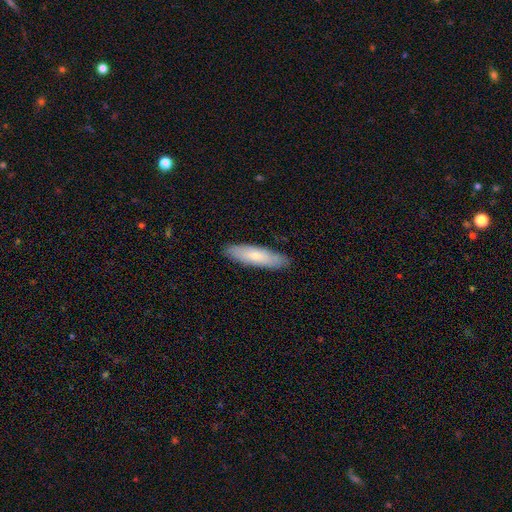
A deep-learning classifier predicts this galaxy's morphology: A smooth galaxy with no disk features (73%) that is cigar-shaped (65%).

Vote fractions:
- Smooth or featured? smooth: 73% / featured or disk: 21% / star or artifact: 6%
- How rounded? cigar-shaped: 65% / in between: 34% / round: 2%
- Merging? none: 88% / minor disturbance: 9% / major disturbance: 2% / merger: 1%